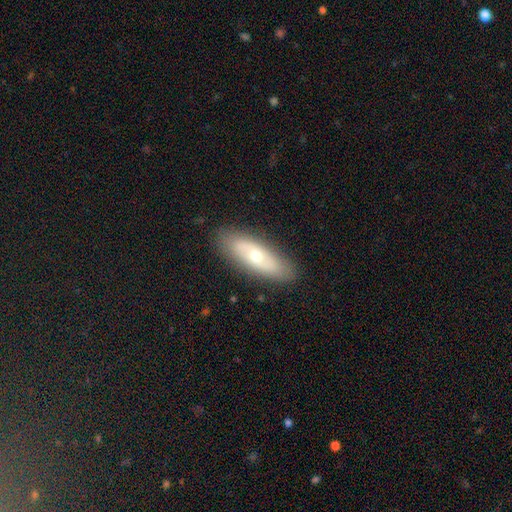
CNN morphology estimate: Smooth or featured?
  - smooth: 51% *
  - featured or disk: 40%
  - star or artifact: 8%
How rounded?
  - in between: 60% *
  - cigar-shaped: 38%
  - round: 3%
Merging?
  - none: 88% *
  - minor disturbance: 9%
  - major disturbance: 2%
  - merger: 1%